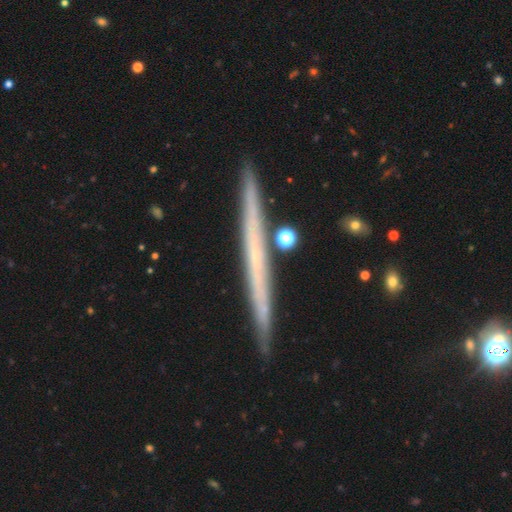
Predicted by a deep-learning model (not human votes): This is likely a featured or disk galaxy (63%). It is clearly viewed edge-on (97%). Edge-on bulge: clearly none (87%). Merging: clearly none (89%).